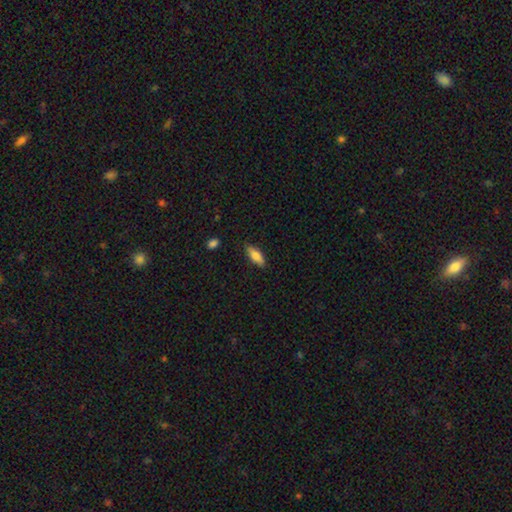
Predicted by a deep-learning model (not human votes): smooth 78%, featured or disk 15%, star or artifact 7%. Down the decision tree: how rounded — in between (60%); merging — none (84%).